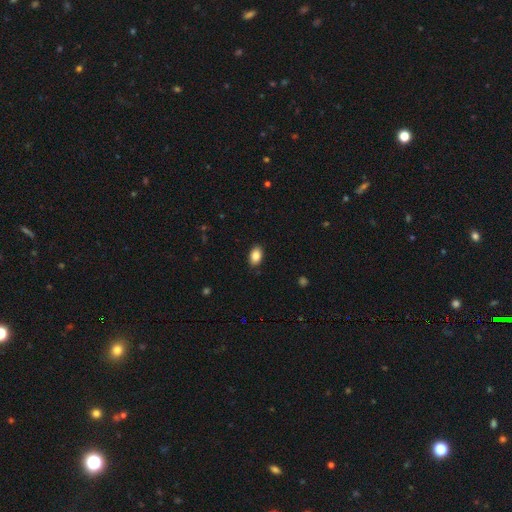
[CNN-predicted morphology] This is clearly a smooth galaxy (86%). How rounded: clearly in between (90%). Merging: clearly none (88%).